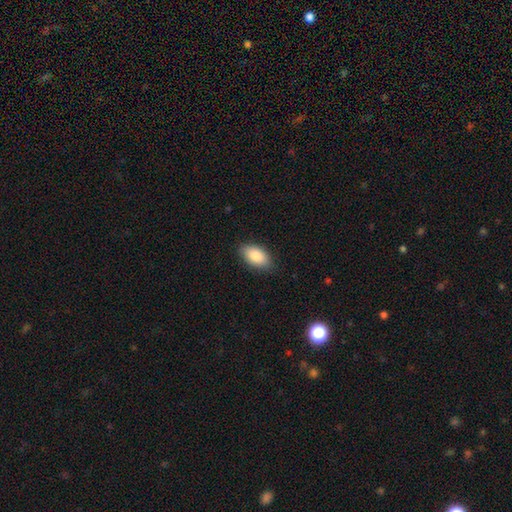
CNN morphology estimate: type=smooth (87%); roundness=in between (94%); merging=none (85%).